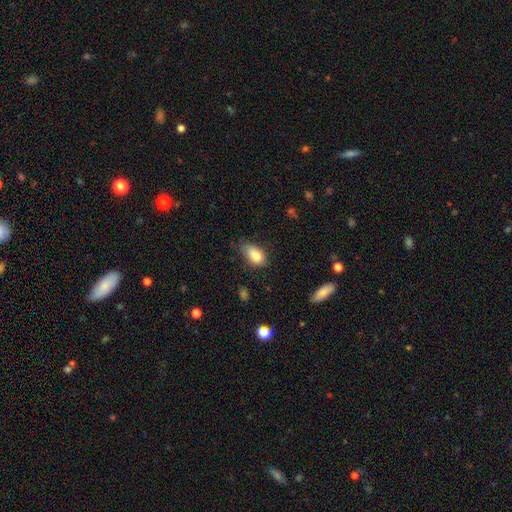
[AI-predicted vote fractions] smooth_or_featured: smooth (p=0.83) [alt: featured or disk p=0.09]
how_rounded: in between (p=0.91) [alt: round p=0.06]
merging: none (p=0.49) [alt: minor disturbance p=0.37]